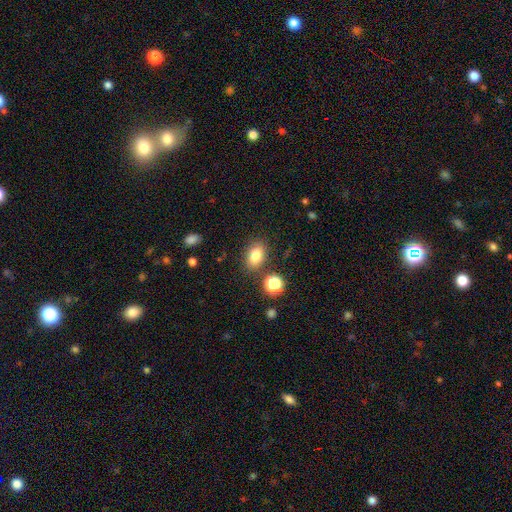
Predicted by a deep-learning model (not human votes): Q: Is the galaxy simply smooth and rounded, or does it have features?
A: smooth — 78%.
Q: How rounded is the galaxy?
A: in between — 79%.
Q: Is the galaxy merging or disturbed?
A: none — 80%.